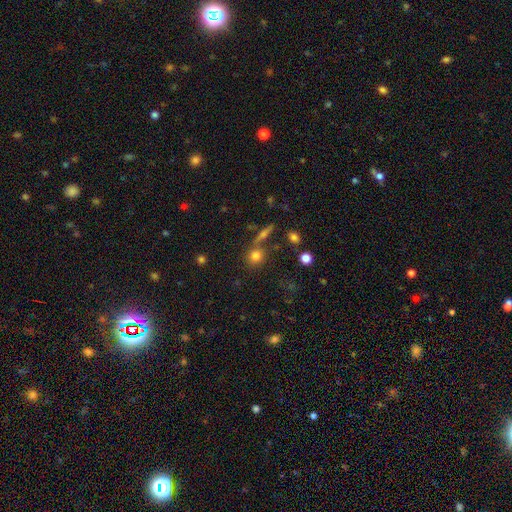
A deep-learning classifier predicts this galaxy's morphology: Smooth or featured?
  - smooth: 76% *
  - star or artifact: 13%
  - featured or disk: 11%
How rounded?
  - round: 83% *
  - in between: 15%
  - cigar-shaped: 3%
Merging?
  - none: 65% *
  - merger: 20%
  - minor disturbance: 10%
  - major disturbance: 5%